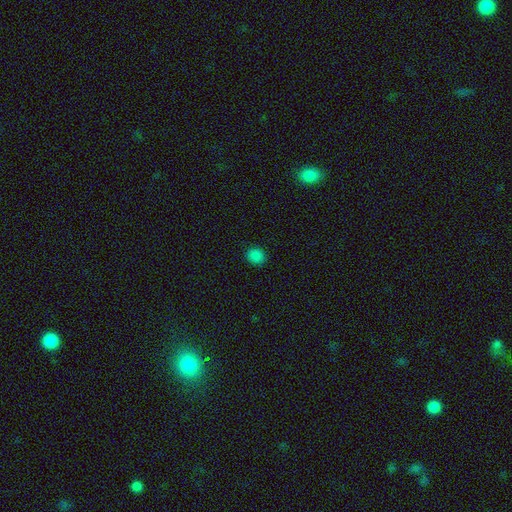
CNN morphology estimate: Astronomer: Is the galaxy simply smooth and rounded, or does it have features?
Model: smooth — 83%.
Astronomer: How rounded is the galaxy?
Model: round — 71%.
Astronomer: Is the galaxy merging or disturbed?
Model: none — 89%.